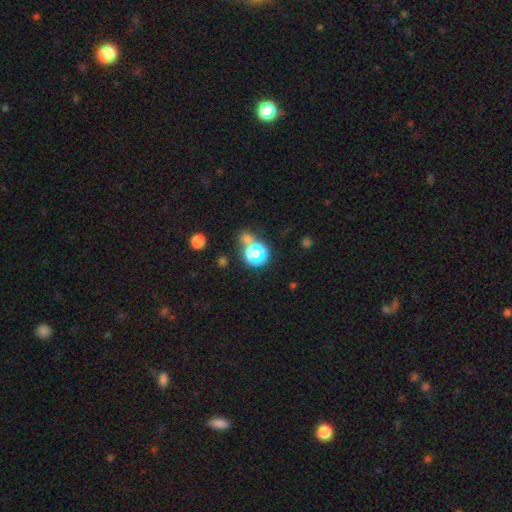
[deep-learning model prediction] Smooth or featured: smooth — 54% (star or artifact — 38%)
How rounded: round — 84% (in between — 15%)
Merging: none — 62% (merger — 21%)